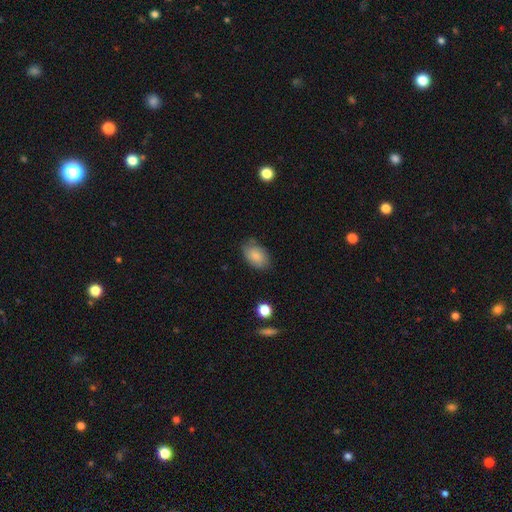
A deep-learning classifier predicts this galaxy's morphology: Q: Smooth or featured?
A: smooth (82%); runner-up: featured or disk (10%)
Q: How rounded?
A: in between (86%); runner-up: round (12%)
Q: Merging?
A: none (74%); runner-up: minor disturbance (21%)